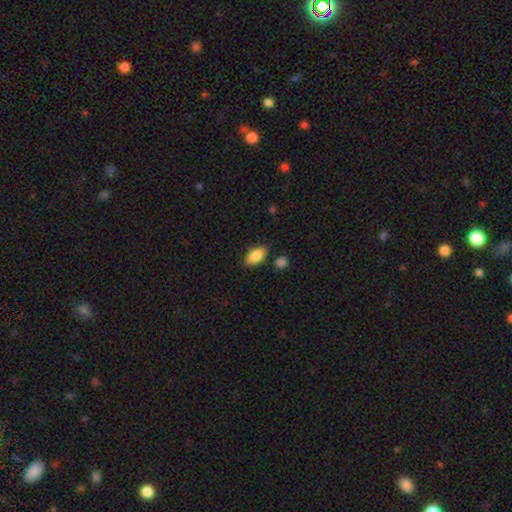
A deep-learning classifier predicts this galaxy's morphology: type=smooth (85%); roundness=in between (90%); merging=none (82%).